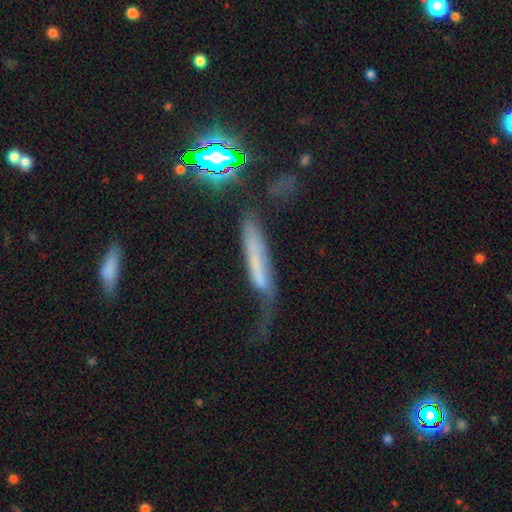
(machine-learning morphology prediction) This appears to be a smooth galaxy with no disk features (46%). Merging: major disturbance (38%).